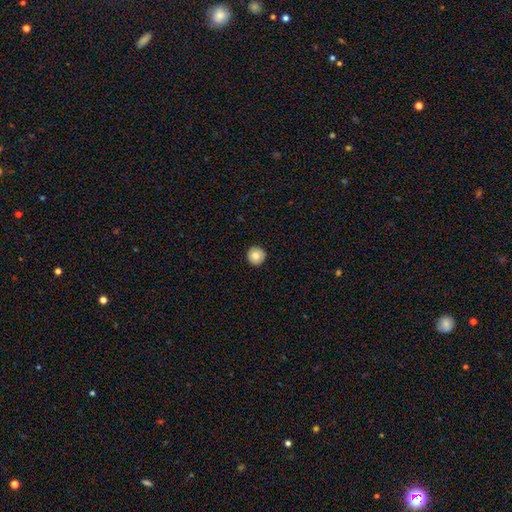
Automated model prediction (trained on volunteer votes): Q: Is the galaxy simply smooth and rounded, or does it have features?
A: smooth — 84%.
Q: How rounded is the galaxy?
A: round — 96%.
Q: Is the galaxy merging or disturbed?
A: none — 93%.